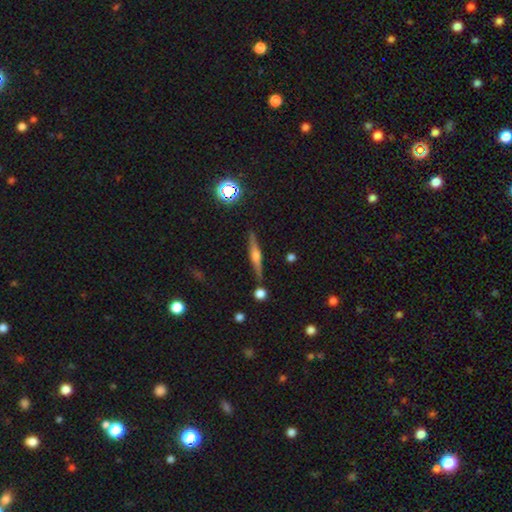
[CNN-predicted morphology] smooth-or-featured: featured or disk: 69% | smooth: 22% | star or artifact: 9%
  disk-edge-on: yes: 97% | no: 3%
    edge-on-bulge: rounded: 85% | boxy: 10% | none: 5%
  merging: none: 86% | minor disturbance: 8% | merger: 4% | major disturbance: 2%